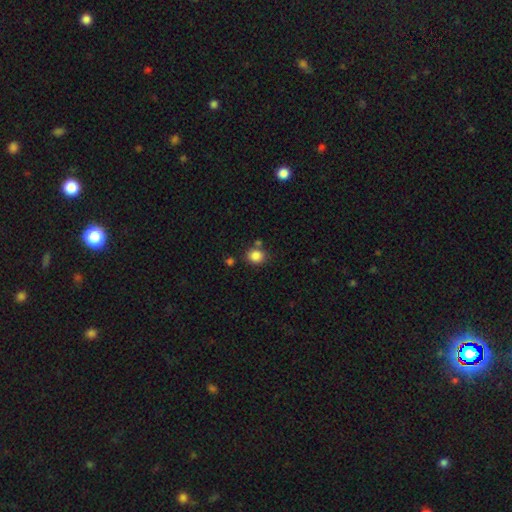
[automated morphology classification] Smooth or featured? Predicted: smooth (p=0.85). How rounded? Predicted: round (p=0.69). Merging? Predicted: none (p=0.75).